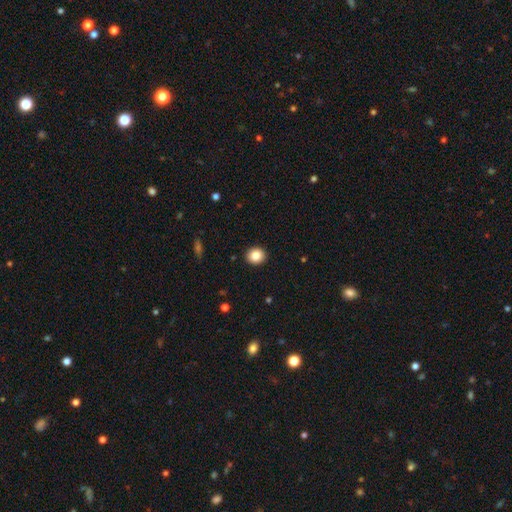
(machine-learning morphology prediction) Q: Smooth or featured?
A: smooth (84%); runner-up: star or artifact (10%)
Q: How rounded?
A: round (82%); runner-up: in between (17%)
Q: Merging?
A: none (93%); runner-up: minor disturbance (5%)